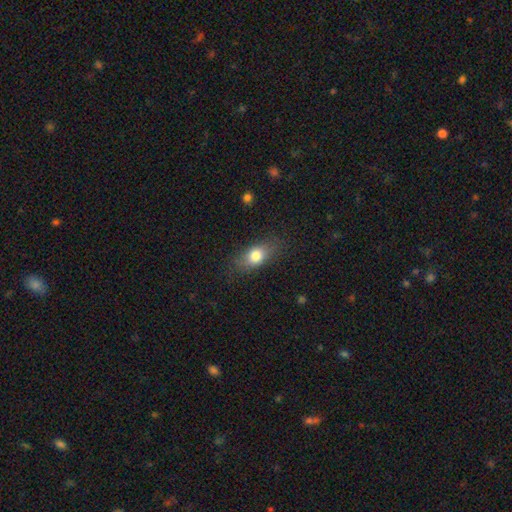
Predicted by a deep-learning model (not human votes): Morphology: type=smooth (78%); roundness=in between (76%); merging=none (77%).